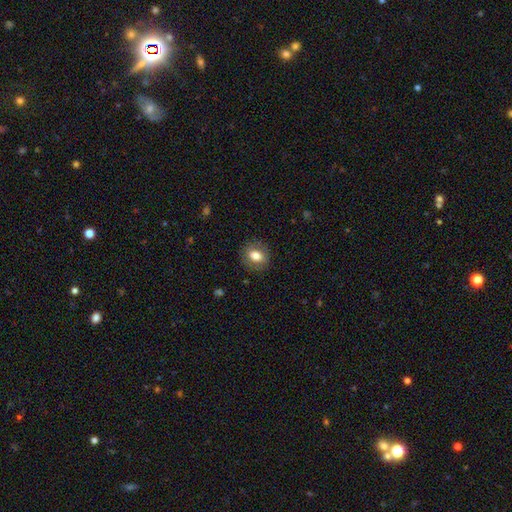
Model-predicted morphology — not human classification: smooth 79%, featured or disk 13%, star or artifact 8%. Down the decision tree: how rounded — round (51%); merging — none (86%).